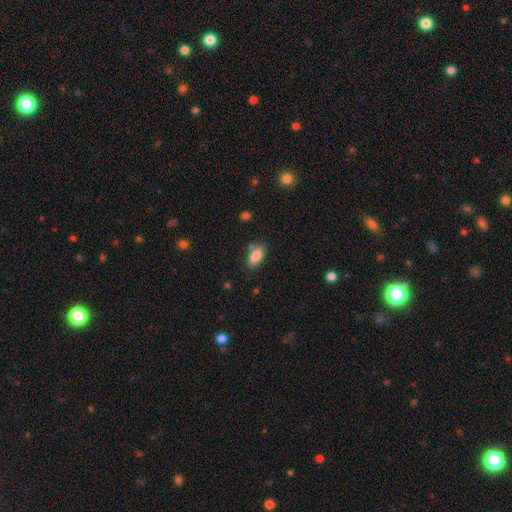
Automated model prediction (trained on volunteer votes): Q: Smooth or featured?
A: smooth (81%); runner-up: featured or disk (11%)
Q: How rounded?
A: in between (88%); runner-up: cigar-shaped (7%)
Q: Merging?
A: none (73%); runner-up: minor disturbance (15%)